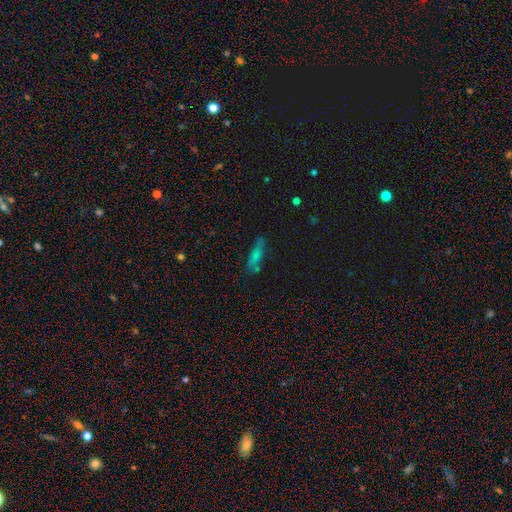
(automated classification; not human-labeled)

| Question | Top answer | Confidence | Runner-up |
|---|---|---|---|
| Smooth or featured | smooth | 55% | featured or disk (26%) |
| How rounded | cigar-shaped | 67% | in between (29%) |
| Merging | none | 73% | minor disturbance (17%) |